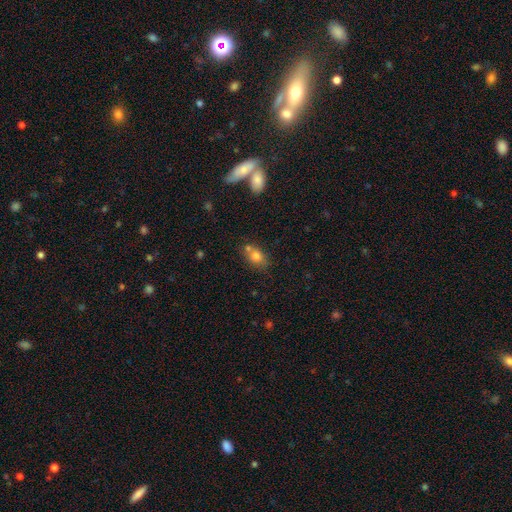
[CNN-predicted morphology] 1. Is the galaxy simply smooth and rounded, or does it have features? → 78% smooth, 12% featured or disk, 11% star or artifact.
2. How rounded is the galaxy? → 68% in between, 30% round, 2% cigar-shaped.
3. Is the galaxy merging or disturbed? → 54% none, 27% merger, 14% minor disturbance, 5% major disturbance.